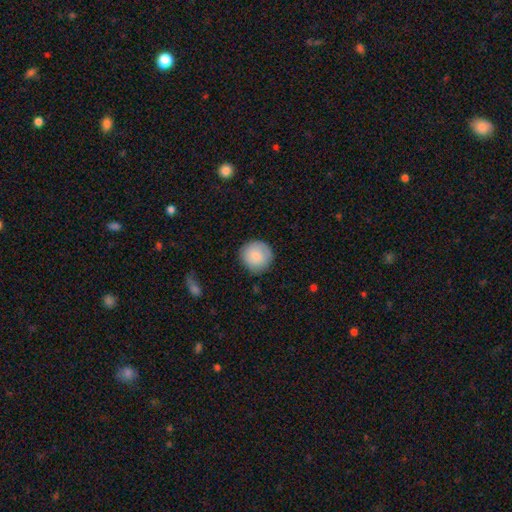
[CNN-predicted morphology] Smooth or featured?
  - smooth: 84% *
  - featured or disk: 10%
  - star or artifact: 6%
How rounded?
  - round: 94% *
  - in between: 5%
  - cigar-shaped: 1%
Merging?
  - none: 82% *
  - minor disturbance: 14%
  - major disturbance: 3%
  - merger: 1%